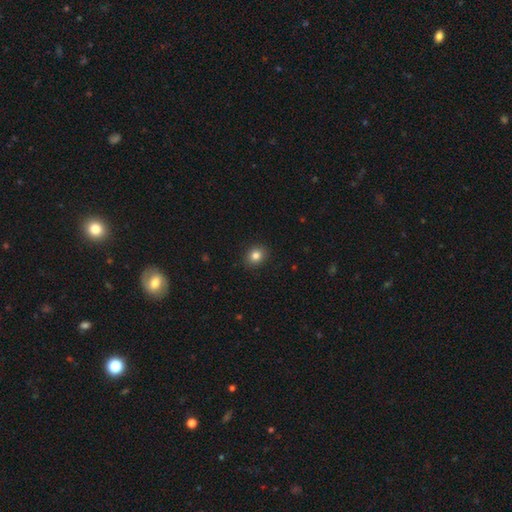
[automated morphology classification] Q: Smooth or featured?
A: smooth (82%); runner-up: star or artifact (11%)
Q: How rounded?
A: round (65%); runner-up: in between (34%)
Q: Merging?
A: none (91%); runner-up: minor disturbance (7%)